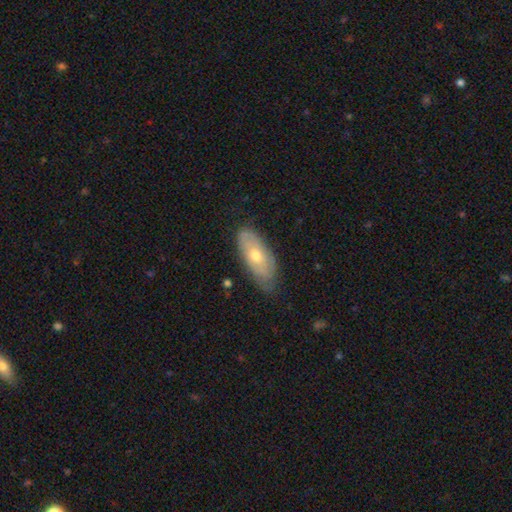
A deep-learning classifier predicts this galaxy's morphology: type=smooth (49%); merging=none (68%).